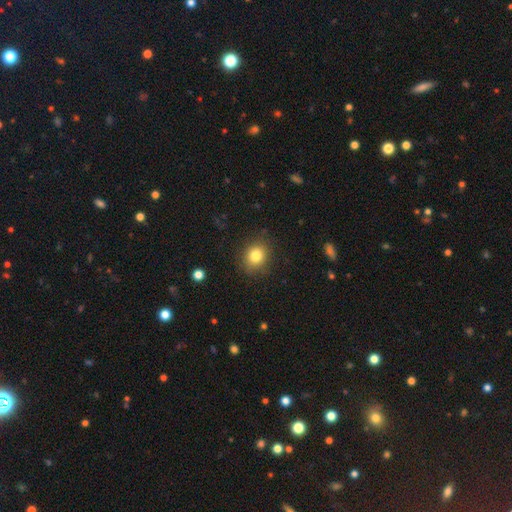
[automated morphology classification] This is clearly a smooth galaxy (81%). How rounded: likely round (71%). Merging: clearly none (85%).